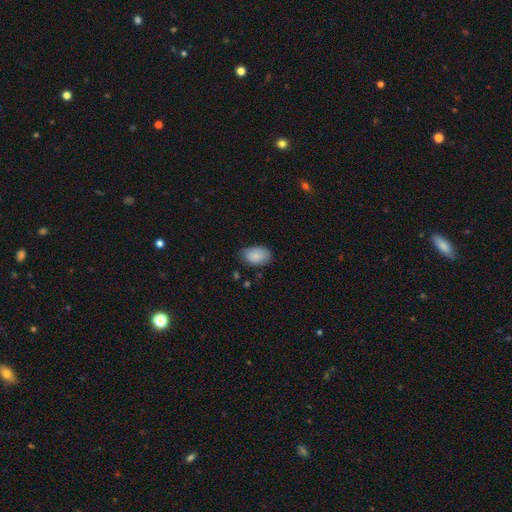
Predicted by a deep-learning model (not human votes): A smooth galaxy with no disk features (83%) that is in between round and cigar-shaped (89%).

Vote fractions:
- Smooth or featured? smooth: 83% / featured or disk: 10% / star or artifact: 7%
- How rounded? in between: 89% / round: 10% / cigar-shaped: 1%
- Merging? none: 70% / minor disturbance: 24% / major disturbance: 4% / merger: 1%